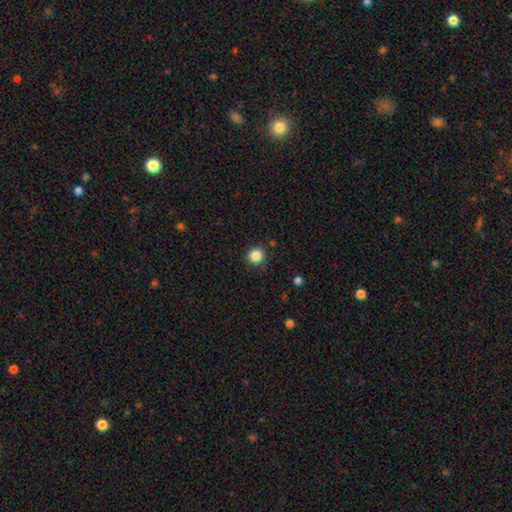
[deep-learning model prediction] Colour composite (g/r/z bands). It shows a smooth galaxy with no disk features (86%) that is round (92%). Merging: none (87%).